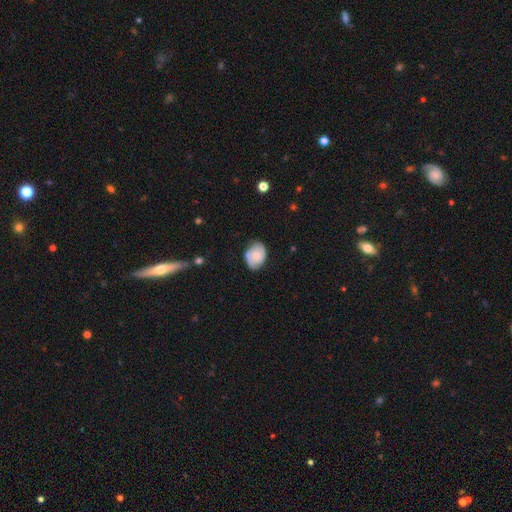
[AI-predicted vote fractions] smooth_or_featured: smooth (p=0.55) [alt: featured or disk p=0.38]
how_rounded: in between (p=0.70) [alt: round p=0.29]
merging: none (p=0.70) [alt: minor disturbance p=0.23]